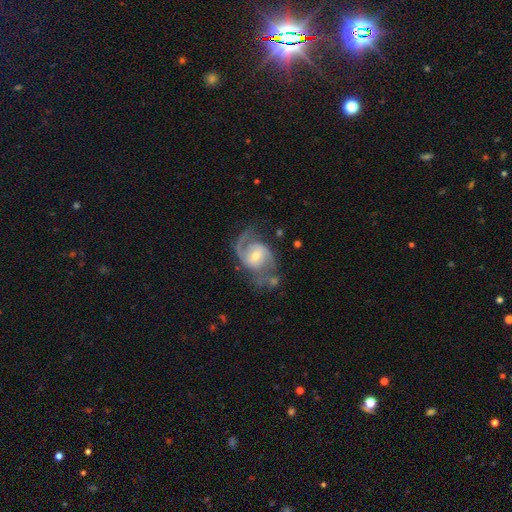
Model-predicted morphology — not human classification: featured or disk 85%, smooth 9%, star or artifact 5%. Down the decision tree: edge-on disk — no (97%); bar — weak (44%); spiral arms — yes (95%); spiral arm count — 2 (81%); spiral winding — medium (51%); bulge size — moderate (49%); merging — none (58%).